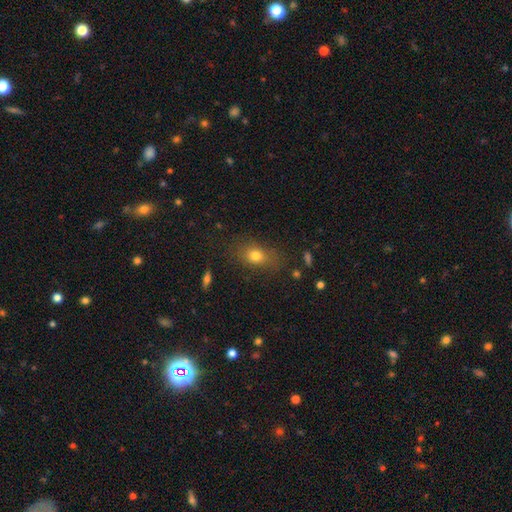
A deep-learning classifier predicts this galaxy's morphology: This appears to be a smooth galaxy with no disk features (77%) that is in between round and cigar-shaped (66%). Merging: none (70%).